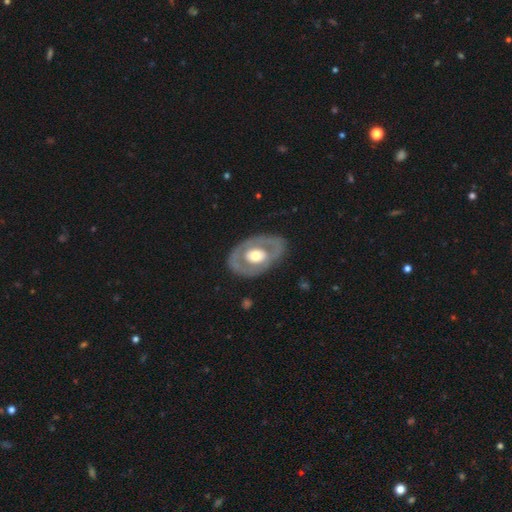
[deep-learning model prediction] smooth-or-featured: featured or disk: 62% | smooth: 34% | star or artifact: 4%
  disk-edge-on: no: 92% | yes: 8%
    bar: no: 82% | weak: 13% | strong: 5%
    has-spiral-arms: no: 81% | yes: 19%
    bulge-size: moderate: 58% | large: 33% | small: 6% | dominant: 2% | none: 1%
  merging: none: 79% | minor disturbance: 14% | major disturbance: 6% | merger: 1%